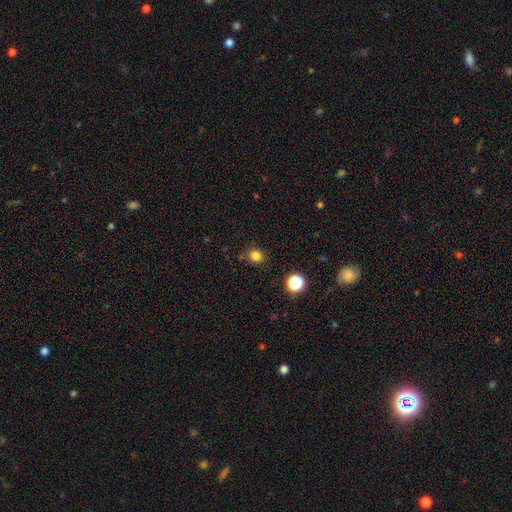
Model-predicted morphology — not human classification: Overall: smooth (81%). How rounded: round (86%). Merging: none (83%).